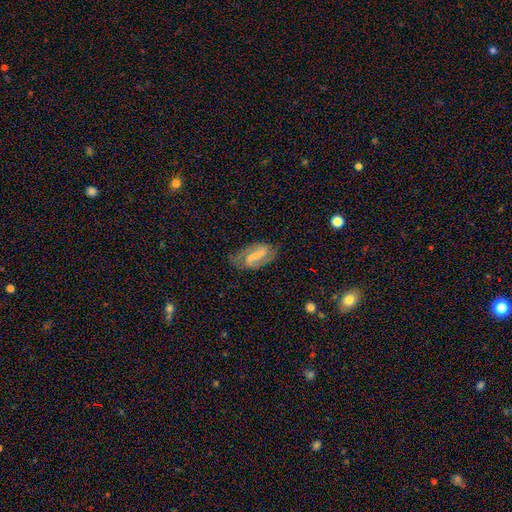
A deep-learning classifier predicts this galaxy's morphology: type=featured or disk (70%); edge-on=no (94%); bar=strong (53%); spiral arms=yes (85%); winding=medium (43%); arm count=2 (84%); bulge=small (48%); merging=none (70%).